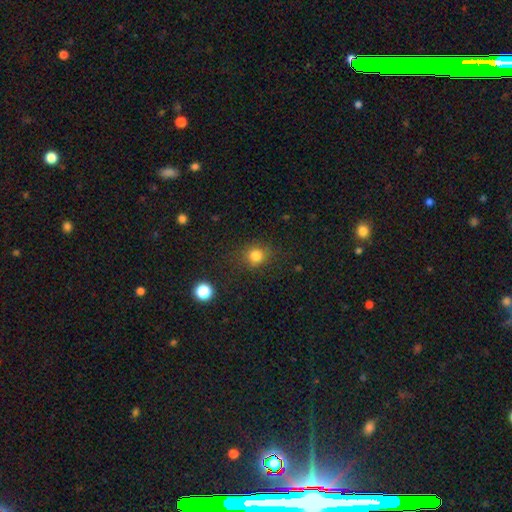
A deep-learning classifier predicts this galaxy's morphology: Smooth or featured: smooth — 81% (star or artifact — 13%)
How rounded: round — 83% (in between — 16%)
Merging: none — 83% (minor disturbance — 11%)